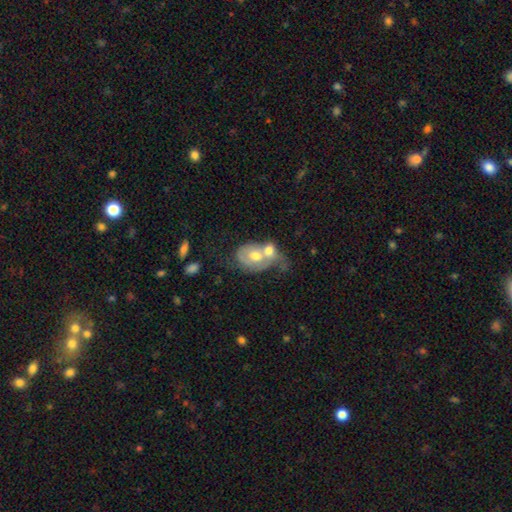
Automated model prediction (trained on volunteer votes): Smooth or featured?
  - featured or disk: 48% *
  - smooth: 45%
  - star or artifact: 7%
Merging?
  - merger: 68% *
  - none: 13%
  - major disturbance: 11%
  - minor disturbance: 9%